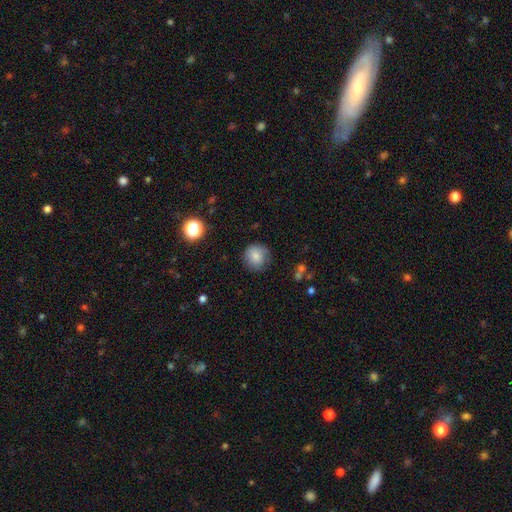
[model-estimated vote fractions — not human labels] A smooth galaxy with no disk features (79%) that is round (92%).

Vote fractions:
- Smooth or featured? smooth: 79% / featured or disk: 11% / star or artifact: 10%
- How rounded? round: 92% / in between: 7% / cigar-shaped: 1%
- Merging? none: 79% / minor disturbance: 15% / major disturbance: 4% / merger: 2%